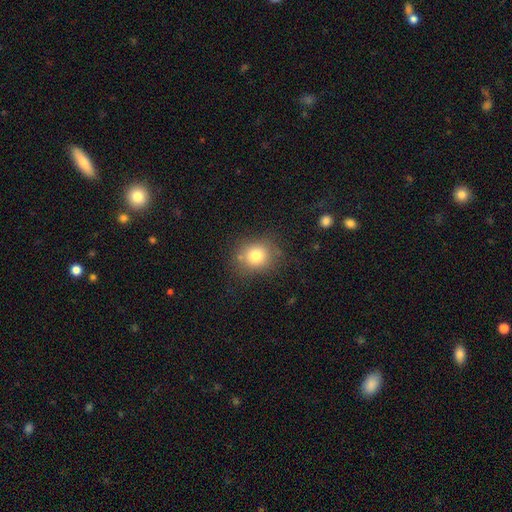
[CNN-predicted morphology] This is likely a smooth galaxy (77%). How rounded: likely round (77%). Merging: likely none (77%).